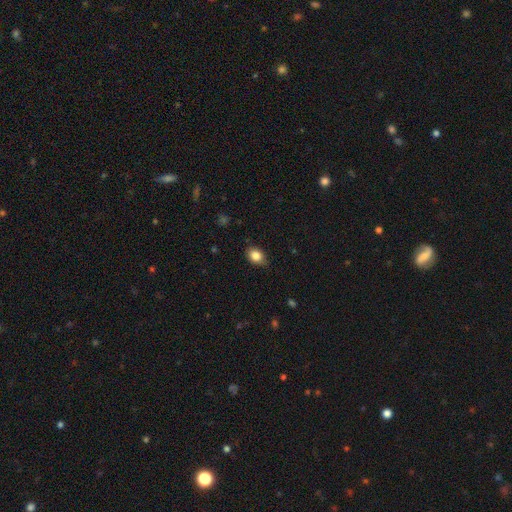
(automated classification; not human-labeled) Smooth or featured? smooth (84%)
How rounded? in between (67%)
Merging? none (78%)